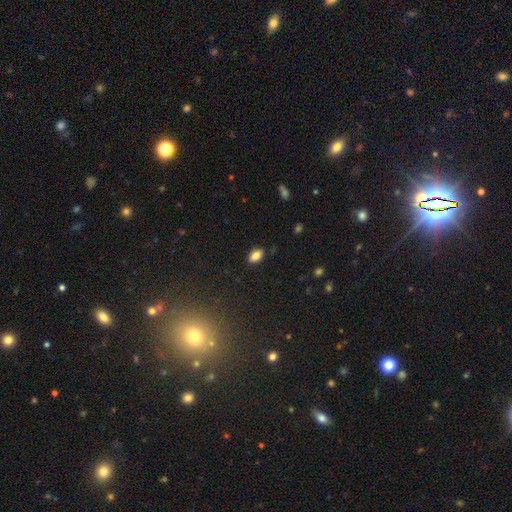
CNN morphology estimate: Smooth or featured: smooth — 85% (star or artifact — 9%)
How rounded: in between — 89% (round — 9%)
Merging: none — 86% (minor disturbance — 10%)